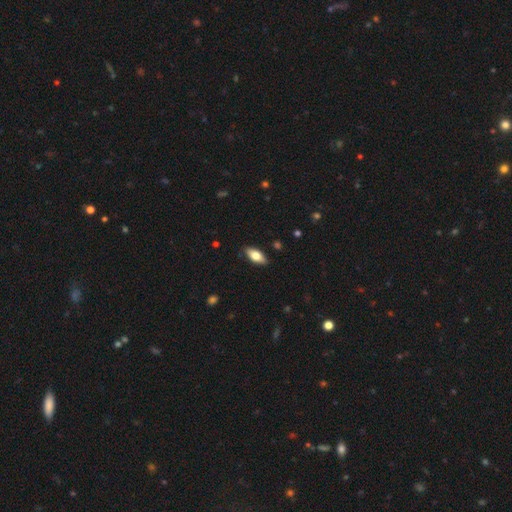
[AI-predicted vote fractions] This is likely a smooth galaxy (74%). How rounded: clearly in between (86%). Merging: clearly none (86%).